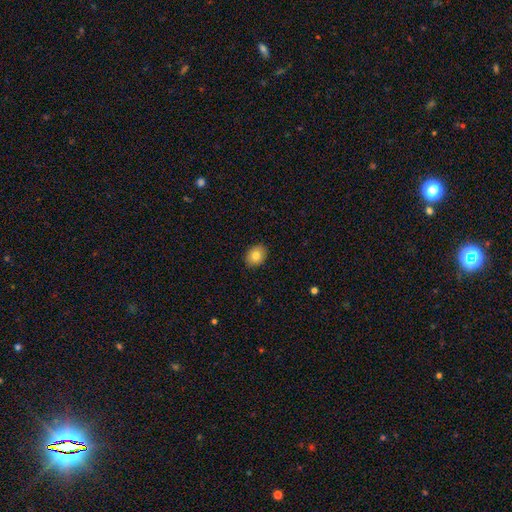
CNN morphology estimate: smooth_or_featured: smooth (p=0.81) [alt: featured or disk p=0.10]
how_rounded: in between (p=0.55) [alt: round p=0.44]
merging: none (p=0.89) [alt: minor disturbance p=0.08]